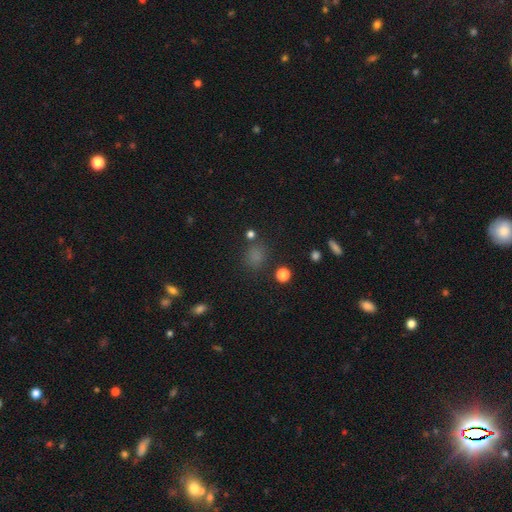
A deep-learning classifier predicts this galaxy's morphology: Overall: smooth (72%). How rounded: round (71%). Merging: none (78%).